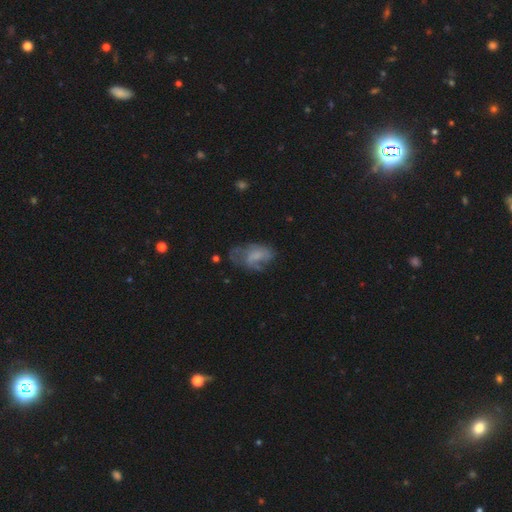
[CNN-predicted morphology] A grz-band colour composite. It shows a smooth galaxy with no disk features (46%). Merging: none (39%).